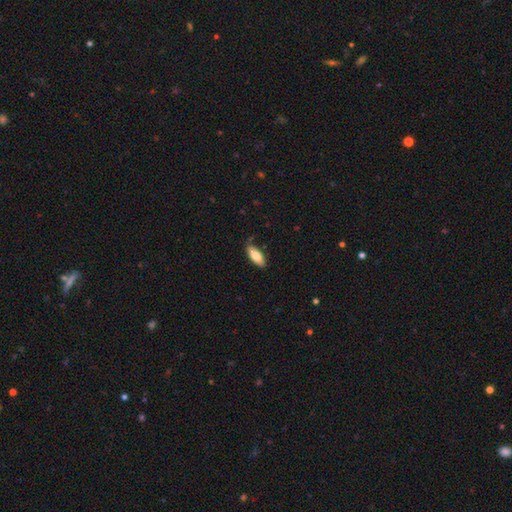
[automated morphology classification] This is likely a smooth galaxy (77%). How rounded: likely in between (79%). Merging: clearly none (83%).